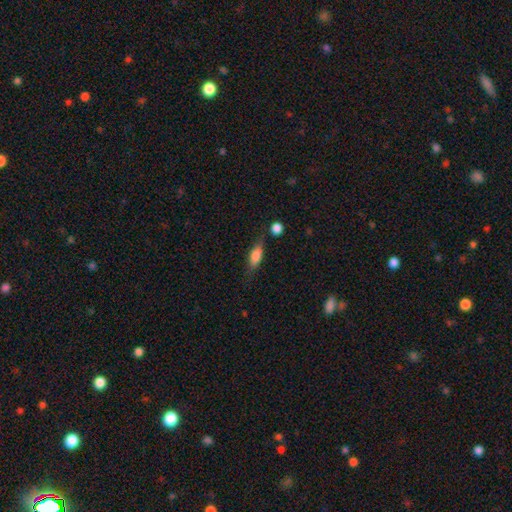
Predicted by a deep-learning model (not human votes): Smooth or featured? smooth (71%)
How rounded? in between (63%)
Merging? none (64%)